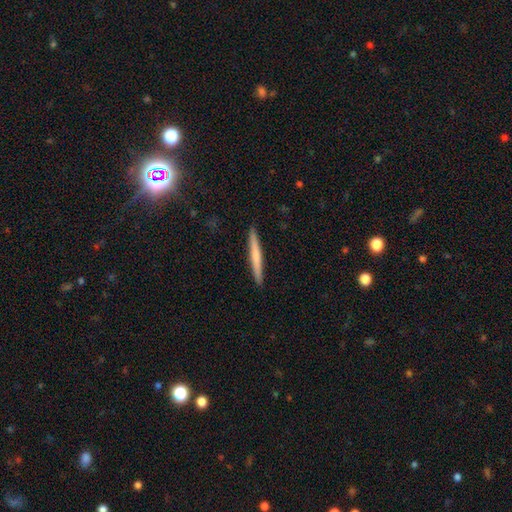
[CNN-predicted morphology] Smooth or featured: smooth — 58% (featured or disk — 37%)
How rounded: cigar-shaped — 97% (in between — 2%)
Merging: none — 93% (minor disturbance — 5%)